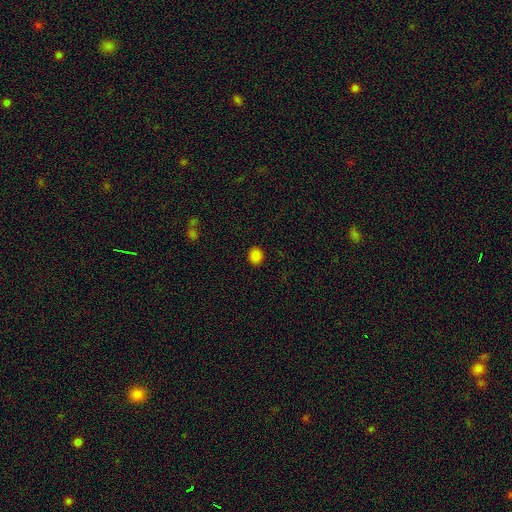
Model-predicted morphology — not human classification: Smooth or featured? Predicted: smooth (p=0.85). How rounded? Predicted: round (p=0.73). Merging? Predicted: none (p=0.91).